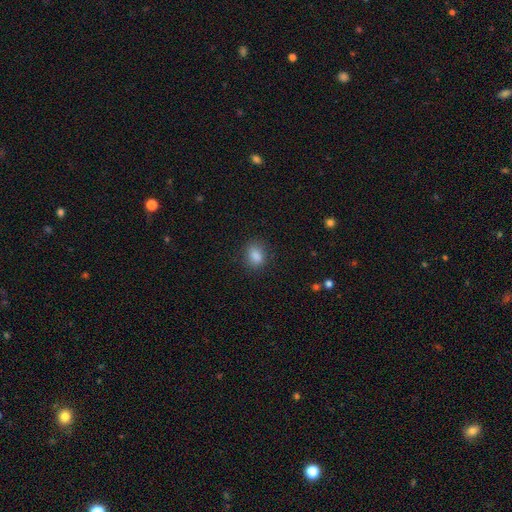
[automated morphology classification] The model was most divided on "how rounded": in between: 62%, round: 36%, cigar-shaped: 1%. More confident: smooth or featured — smooth (86%); merging — none (83%).